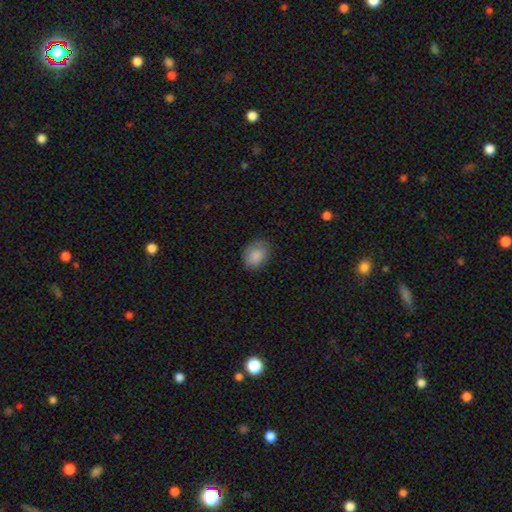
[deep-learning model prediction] A smooth galaxy with no disk features (88%) that is in between round and cigar-shaped (62%).

Vote fractions:
- Smooth or featured? smooth: 88% / star or artifact: 8% / featured or disk: 4%
- How rounded? in between: 62% / round: 37% / cigar-shaped: 1%
- Merging? none: 82% / minor disturbance: 14% / major disturbance: 3% / merger: 1%